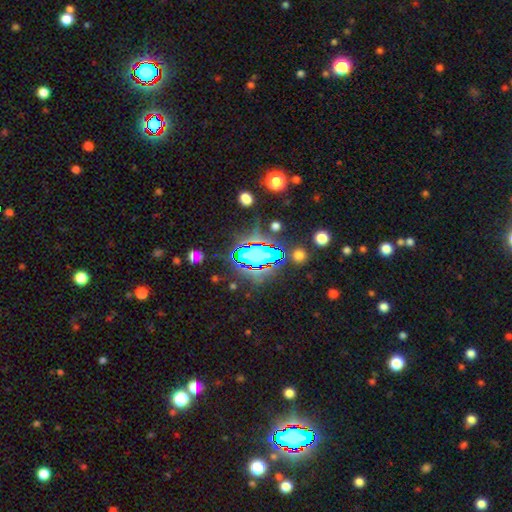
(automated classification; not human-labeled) Morphology: type=star or artifact (64%).